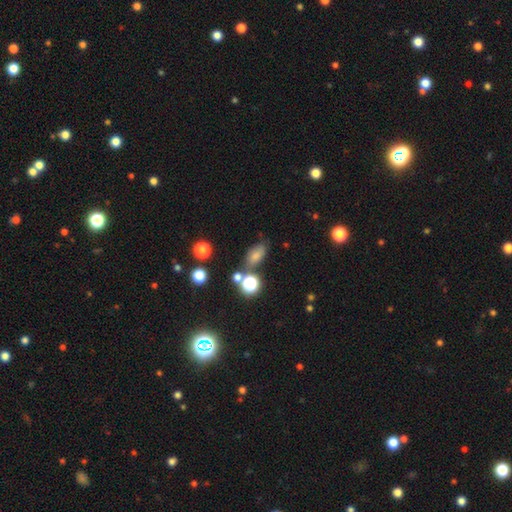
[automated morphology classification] Smooth or featured? smooth (69%)
How rounded? in between (79%)
Merging? none (63%)